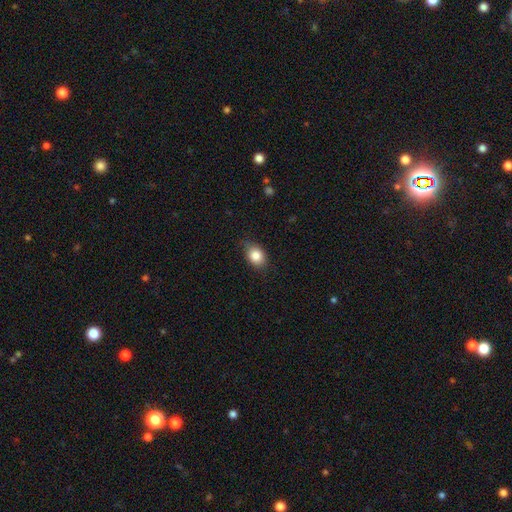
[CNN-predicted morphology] Smooth or featured? Predicted: smooth (p=0.84). How rounded? Predicted: in between (p=0.68). Merging? Predicted: none (p=0.71).